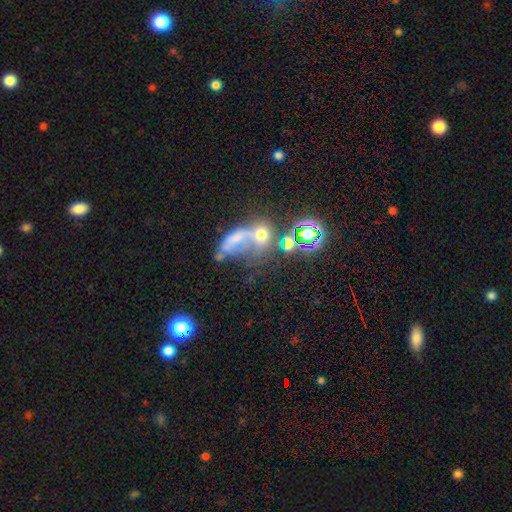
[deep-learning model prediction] A featured or disk galaxy (35%). Merging: merger (46%).